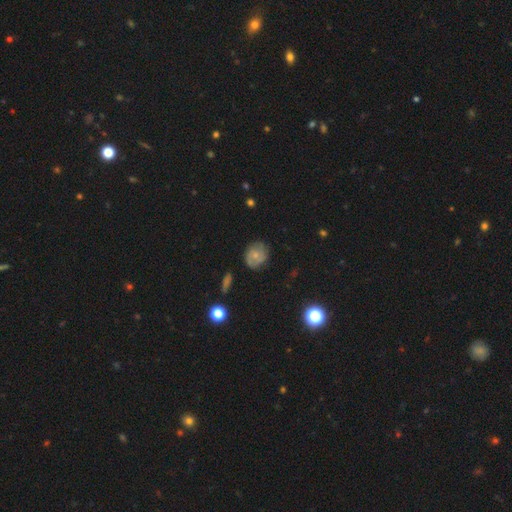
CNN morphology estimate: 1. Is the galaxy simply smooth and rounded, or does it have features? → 53% smooth, 37% featured or disk, 9% star or artifact.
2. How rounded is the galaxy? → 70% round, 29% in between, 1% cigar-shaped.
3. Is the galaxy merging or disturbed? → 69% none, 22% minor disturbance, 6% major disturbance, 2% merger.